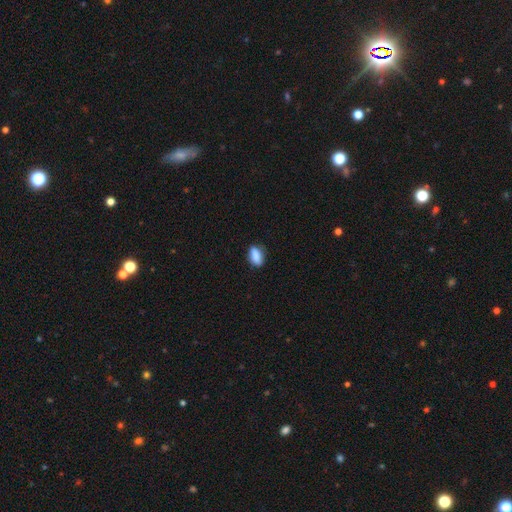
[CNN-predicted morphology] The model was most divided on "merging": none: 80%, minor disturbance: 16%, major disturbance: 3%, merger: 1%. More confident: how rounded — in between (86%); smooth or featured — smooth (86%).